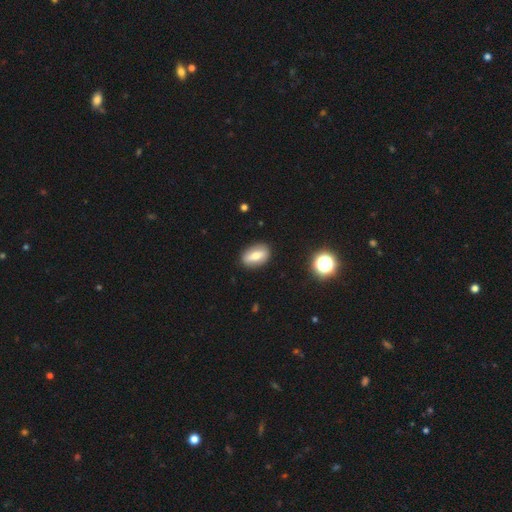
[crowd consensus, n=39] Volunteers were most divided on "smooth or featured": smooth: 54%, featured or disk: 38%, star or artifact: 8%. More confident: how rounded — in between (90%); merging — none (83%).